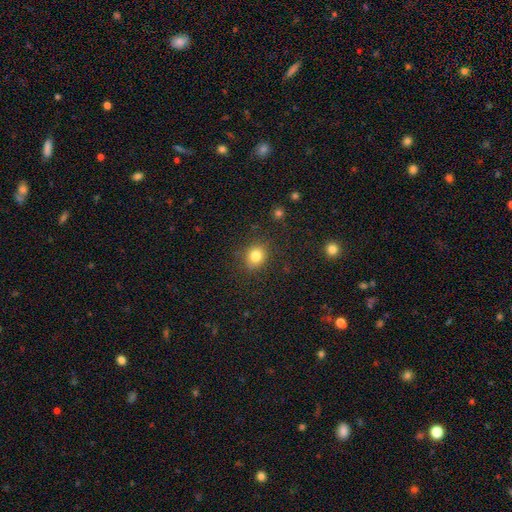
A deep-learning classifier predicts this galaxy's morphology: Q: Smooth or featured?
A: smooth (82%); runner-up: star or artifact (12%)
Q: How rounded?
A: round (71%); runner-up: in between (28%)
Q: Merging?
A: none (84%); runner-up: minor disturbance (11%)